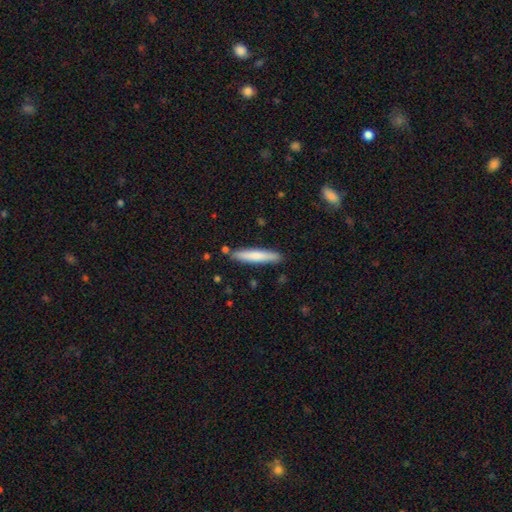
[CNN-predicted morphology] smooth-or-featured: smooth: 72% | featured or disk: 22% | star or artifact: 5%
  how-rounded: cigar-shaped: 92% | in between: 7% | round: 1%
  merging: none: 87% | minor disturbance: 9% | merger: 3% | major disturbance: 2%